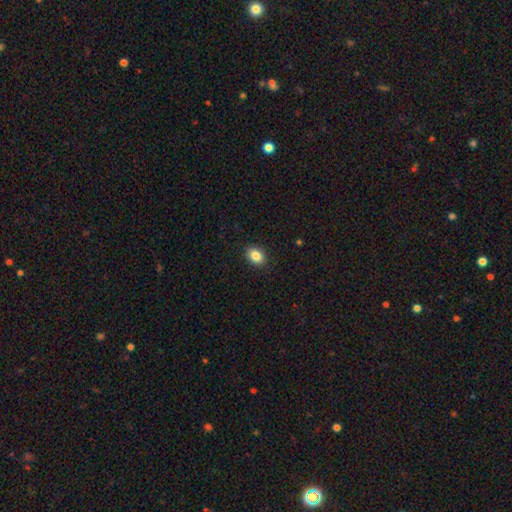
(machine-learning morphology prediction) This appears to be a smooth galaxy with no disk features (86%) that is in between round and cigar-shaped (72%). Merging: none (90%).